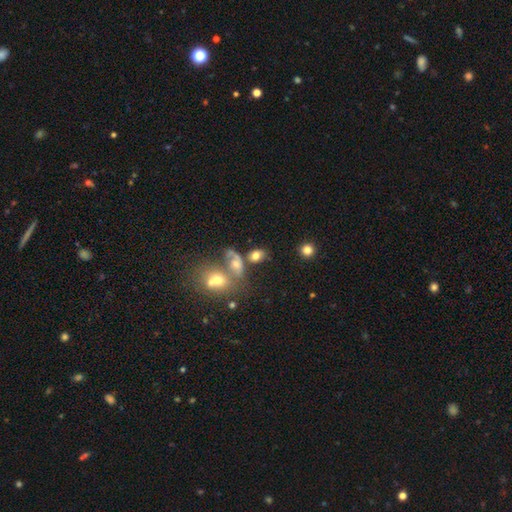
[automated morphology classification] Smooth or featured?
  - smooth: 72% *
  - featured or disk: 15%
  - star or artifact: 13%
How rounded?
  - in between: 71% *
  - round: 27%
  - cigar-shaped: 2%
Merging?
  - none: 43% *
  - merger: 29%
  - minor disturbance: 16%
  - major disturbance: 12%